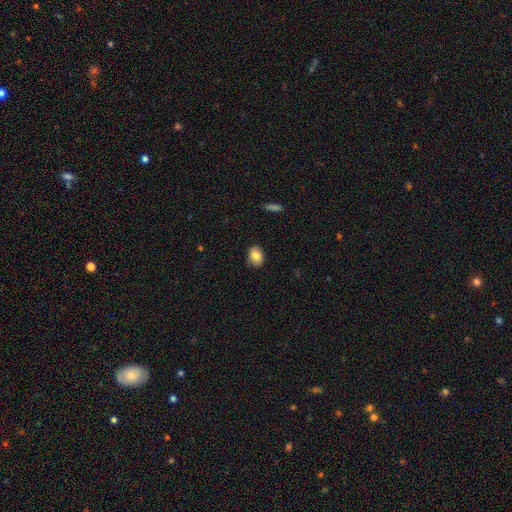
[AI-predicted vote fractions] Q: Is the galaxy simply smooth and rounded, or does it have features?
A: smooth — 83%.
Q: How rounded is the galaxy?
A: in between — 57%.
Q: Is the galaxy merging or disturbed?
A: none — 86%.